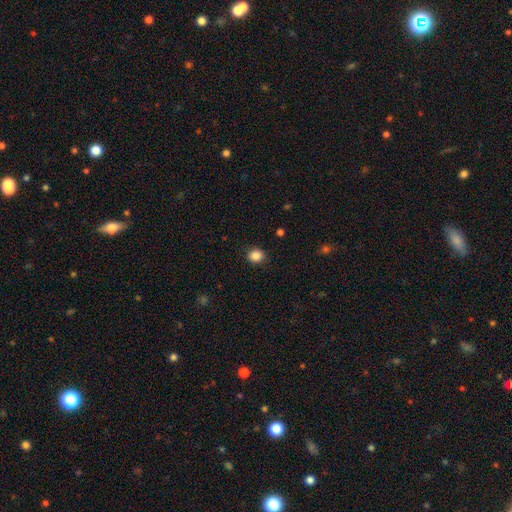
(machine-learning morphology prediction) type=smooth (87%); roundness=round (82%); merging=none (90%).